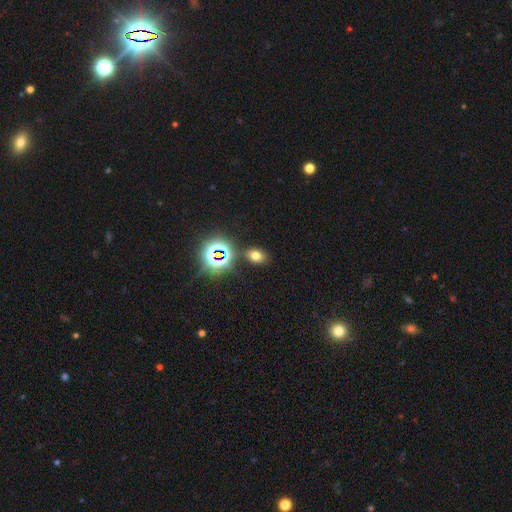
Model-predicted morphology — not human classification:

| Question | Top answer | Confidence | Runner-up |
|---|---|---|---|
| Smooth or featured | smooth | 64% | star or artifact (28%) |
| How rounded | in between | 72% | round (26%) |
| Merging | none | 82% | minor disturbance (10%) |